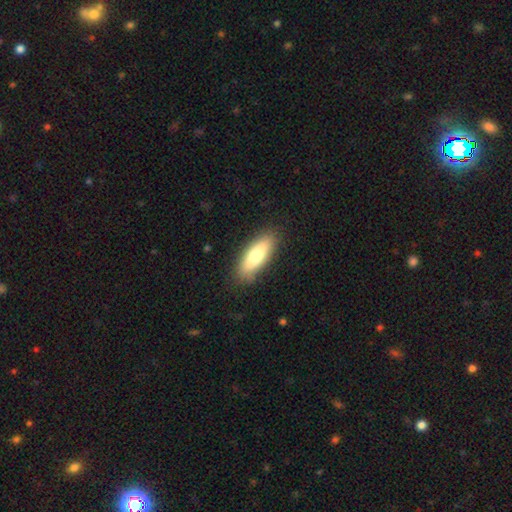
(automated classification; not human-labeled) Smooth or featured?
  - smooth: 77% *
  - featured or disk: 18%
  - star or artifact: 6%
How rounded?
  - in between: 54% *
  - cigar-shaped: 44%
  - round: 2%
Merging?
  - none: 87% *
  - minor disturbance: 10%
  - major disturbance: 2%
  - merger: 1%